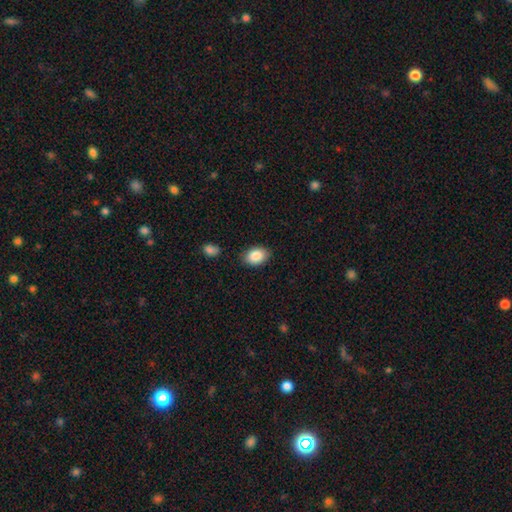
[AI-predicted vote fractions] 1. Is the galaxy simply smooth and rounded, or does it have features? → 87% smooth, 7% star or artifact, 6% featured or disk.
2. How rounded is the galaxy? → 81% in between, 18% round, 1% cigar-shaped.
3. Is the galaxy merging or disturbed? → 83% none, 12% minor disturbance, 3% major disturbance, 2% merger.